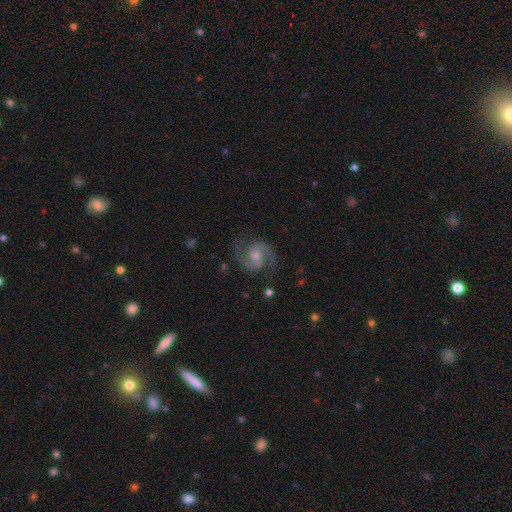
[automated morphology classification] A featured or disk galaxy (90%) with no bar (56%), 2 (94%) medium (62%) spiral arms (98%) and a moderate central bulge (55%). Merging: none (80%).